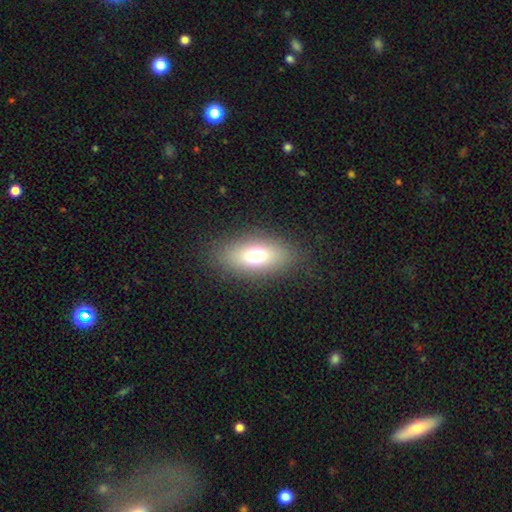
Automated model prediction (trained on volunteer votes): This appears to be a smooth galaxy with no disk features (71%) that is in between round and cigar-shaped (85%). Merging: none (84%).